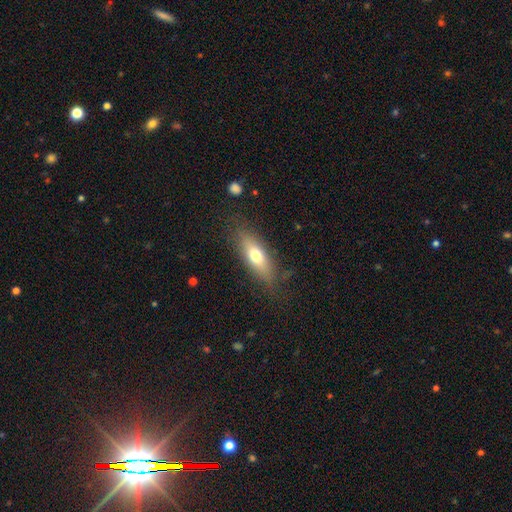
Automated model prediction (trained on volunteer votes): The model was most divided on "how rounded": in between: 60%, cigar-shaped: 36%, round: 4%. More confident: merging — none (79%); smooth or featured — smooth (66%).